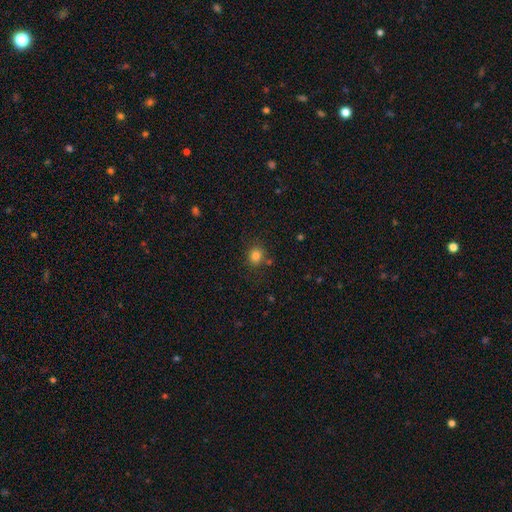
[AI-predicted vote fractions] Smooth or featured? smooth (82%)
How rounded? round (71%)
Merging? none (78%)